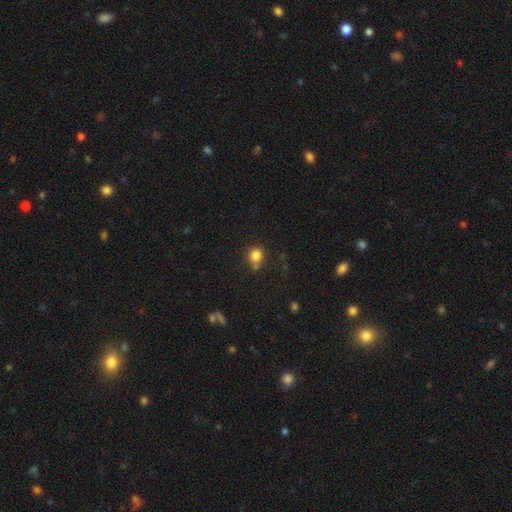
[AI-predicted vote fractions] A smooth galaxy with no disk features (82%) that is round (77%). Merging: none (64%).